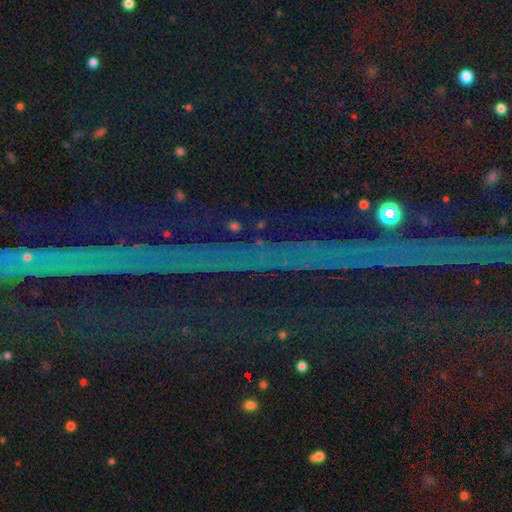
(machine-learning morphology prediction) star or artifact 89%, featured or disk 6%, smooth 5%.